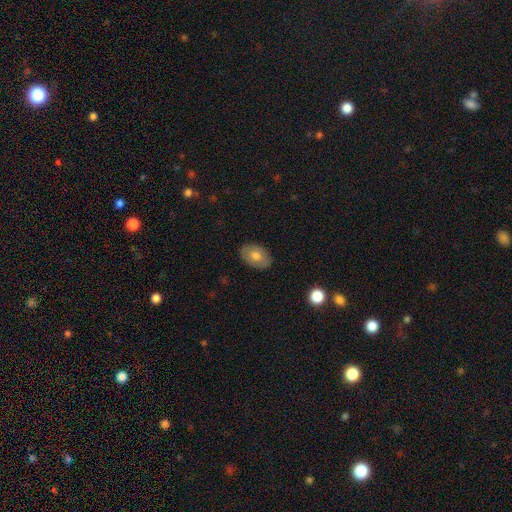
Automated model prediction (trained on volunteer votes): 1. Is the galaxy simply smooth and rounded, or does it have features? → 71% smooth, 22% featured or disk, 7% star or artifact.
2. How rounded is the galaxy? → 87% in between, 12% round, 1% cigar-shaped.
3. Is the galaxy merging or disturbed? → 86% none, 11% minor disturbance, 2% major disturbance, 1% merger.